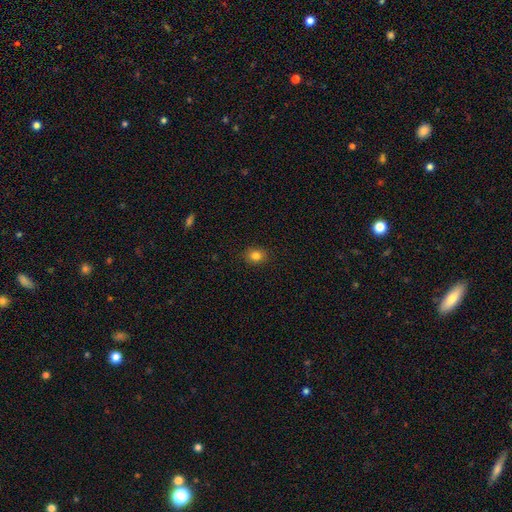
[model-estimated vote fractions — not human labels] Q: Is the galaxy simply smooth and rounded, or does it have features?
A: smooth — 82%.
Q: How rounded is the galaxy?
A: round — 59%.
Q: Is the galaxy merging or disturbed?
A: none — 89%.